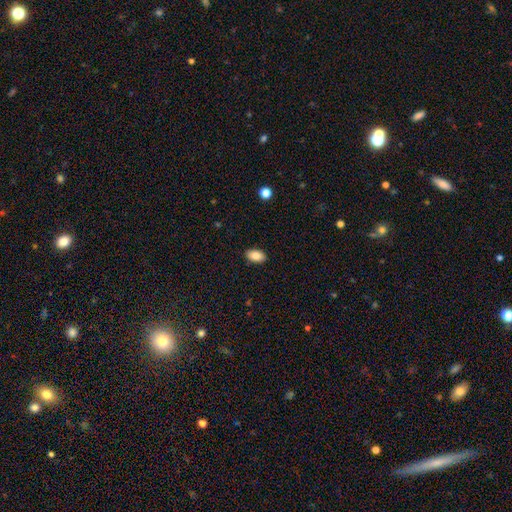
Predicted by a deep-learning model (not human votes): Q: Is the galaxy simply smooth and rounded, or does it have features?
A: smooth — 86%.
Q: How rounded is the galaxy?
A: in between — 93%.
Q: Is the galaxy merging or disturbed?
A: none — 89%.